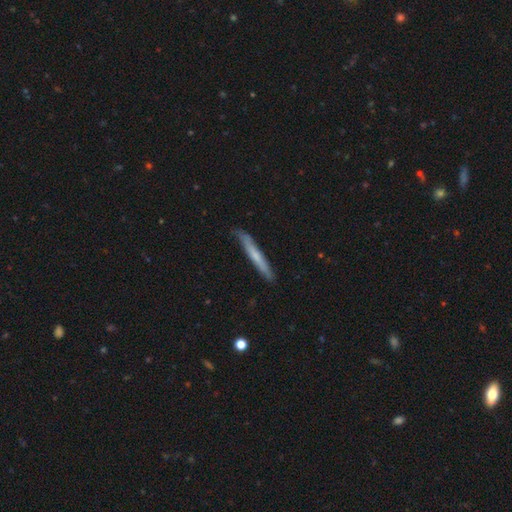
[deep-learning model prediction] Smooth or featured? Predicted: smooth (p=0.55). How rounded? Predicted: cigar-shaped (p=0.96). Merging? Predicted: none (p=0.82).